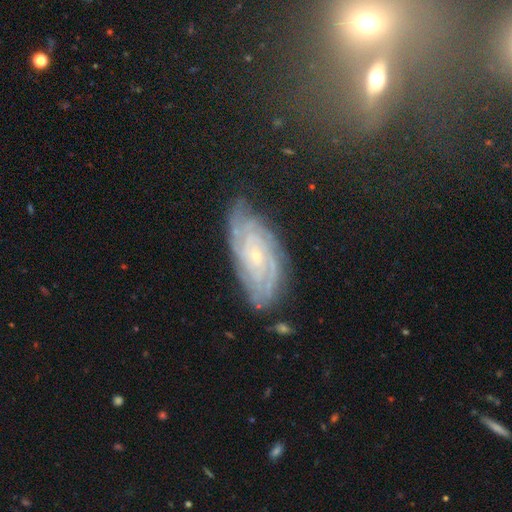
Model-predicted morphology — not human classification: The model was most divided on "spiral arm count": can't tell: 30%, 4: 21%, 3: 17%, 2: 14%, more than 4: 11%, 1: 7%. More confident: spiral arms — yes (97%); edge-on disk — no (94%); smooth or featured — featured or disk (84%); bulge size — small (81%); spiral winding — tight (77%); merging — none (77%); bar — no (69%).